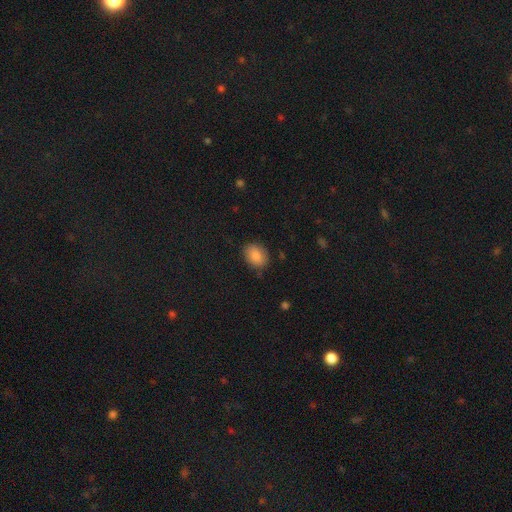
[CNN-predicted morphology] Smooth or featured? Predicted: smooth (p=0.86). How rounded? Predicted: in between (p=0.66). Merging? Predicted: none (p=0.81).